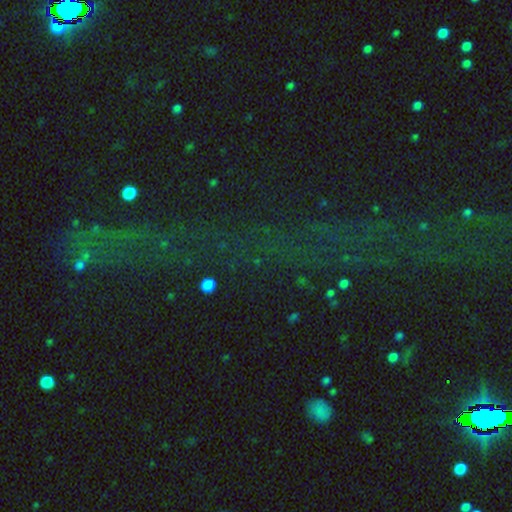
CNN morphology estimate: The model was most divided on "smooth or featured": star or artifact: 69%, featured or disk: 16%, smooth: 14%.